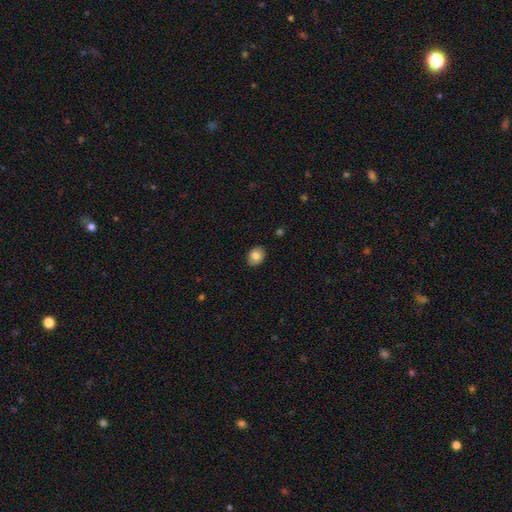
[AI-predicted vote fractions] Smooth or featured: smooth — 80% (featured or disk — 12%)
How rounded: in between — 64% (round — 35%)
Merging: none — 87% (minor disturbance — 10%)